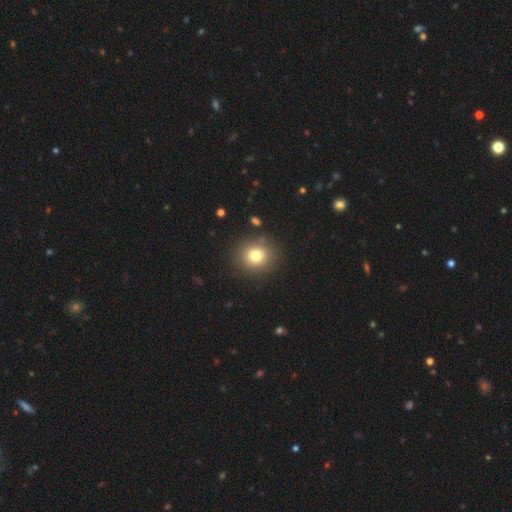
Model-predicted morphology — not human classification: Smooth or featured? Predicted: smooth (p=0.77). How rounded? Predicted: round (p=0.82). Merging? Predicted: none (p=0.87).